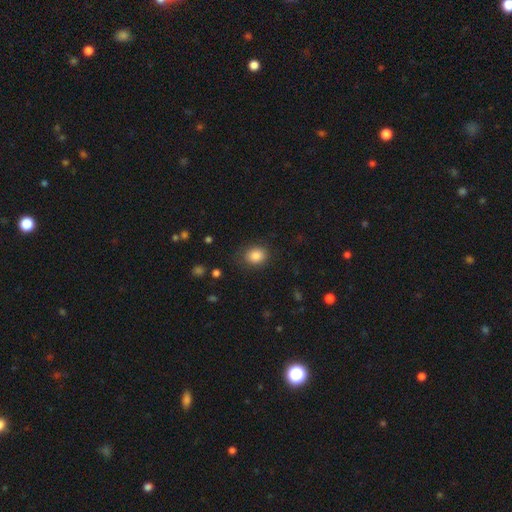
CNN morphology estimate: smooth-or-featured: smooth: 86% | star or artifact: 10% | featured or disk: 5%
  how-rounded: round: 61% | in between: 39% | cigar-shaped: 1%
  merging: none: 82% | minor disturbance: 13% | major disturbance: 4% | merger: 1%